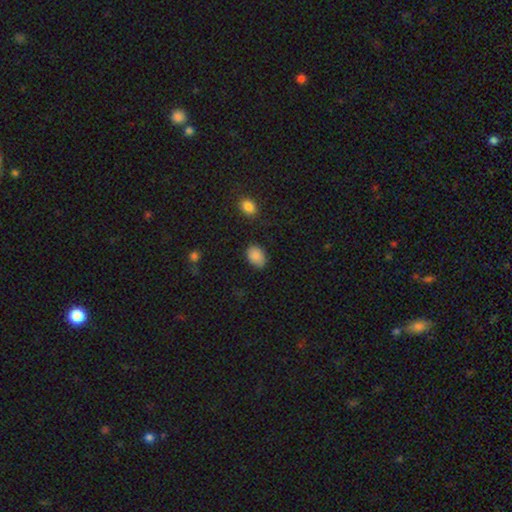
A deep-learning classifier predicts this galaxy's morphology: smooth-or-featured: smooth: 88% | star or artifact: 8% | featured or disk: 4%
  how-rounded: in between: 82% | round: 17% | cigar-shaped: 1%
  merging: none: 79% | minor disturbance: 16% | major disturbance: 3% | merger: 2%